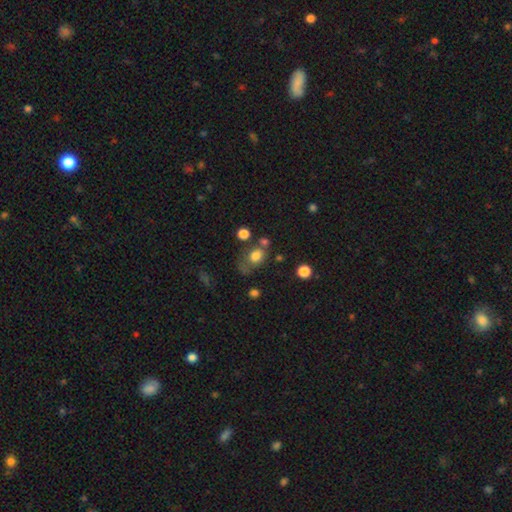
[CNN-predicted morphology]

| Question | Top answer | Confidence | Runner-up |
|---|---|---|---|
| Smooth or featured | smooth | 76% | star or artifact (13%) |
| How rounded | in between | 56% | round (43%) |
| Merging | none | 45% | minor disturbance (22%) |